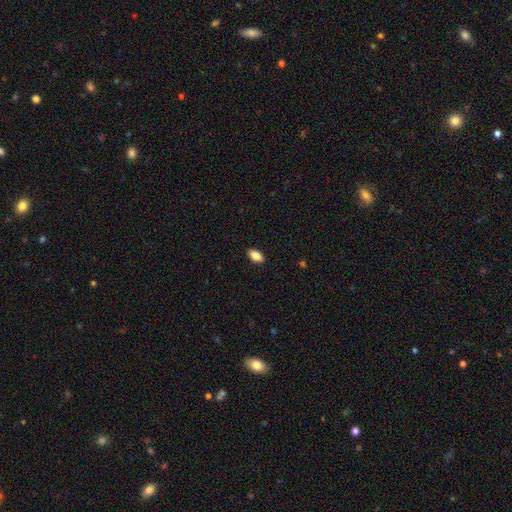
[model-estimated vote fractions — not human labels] A smooth galaxy with no disk features (81%) that is in between round and cigar-shaped (90%).

Vote fractions:
- Smooth or featured? smooth: 81% / featured or disk: 11% / star or artifact: 8%
- How rounded? in between: 90% / cigar-shaped: 6% / round: 4%
- Merging? none: 90% / minor disturbance: 8% / major disturbance: 2% / merger: 1%